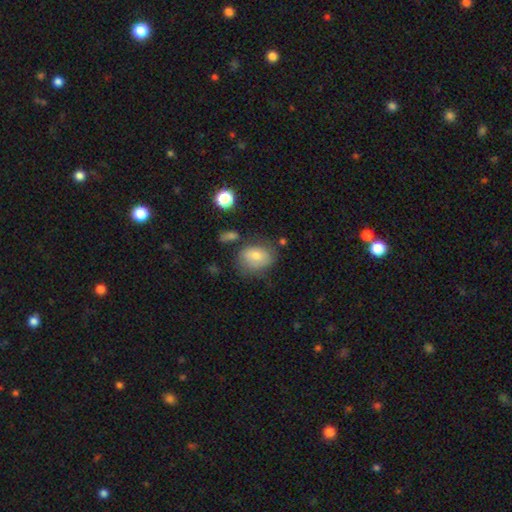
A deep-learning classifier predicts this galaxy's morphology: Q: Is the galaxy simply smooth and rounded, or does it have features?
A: smooth — 68%.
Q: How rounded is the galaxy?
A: in between — 61%.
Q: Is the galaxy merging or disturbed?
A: none — 59%.